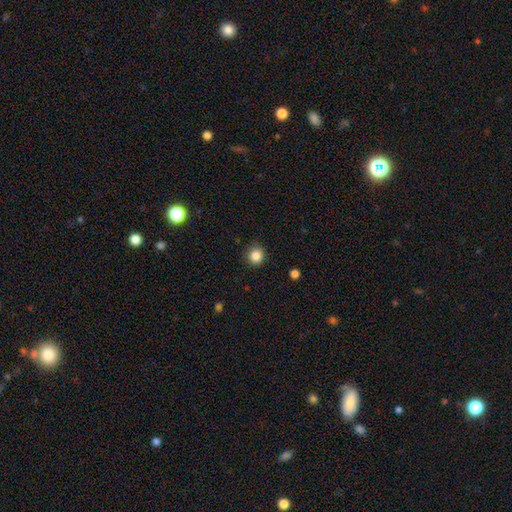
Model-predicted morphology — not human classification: Overall: smooth (85%). How rounded: round (91%). Merging: none (88%).